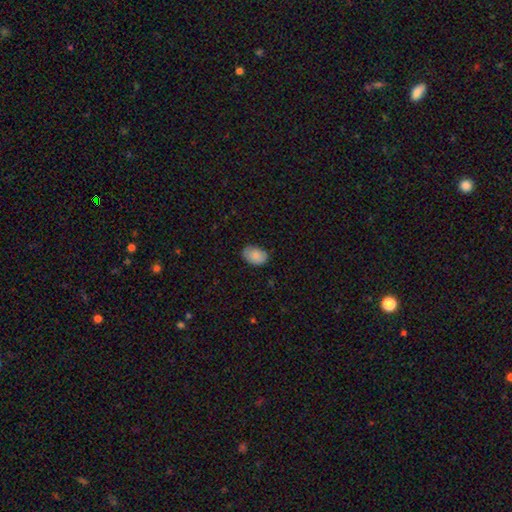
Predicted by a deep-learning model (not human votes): smooth_or_featured: smooth (p=0.85) [alt: featured or disk p=0.08]
how_rounded: in between (p=0.83) [alt: round p=0.16]
merging: none (p=0.75) [alt: minor disturbance p=0.20]